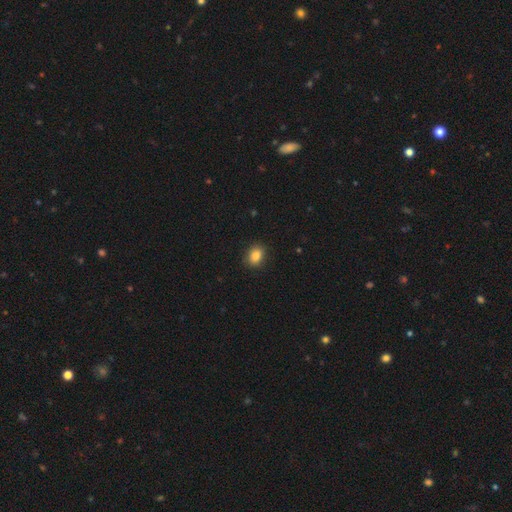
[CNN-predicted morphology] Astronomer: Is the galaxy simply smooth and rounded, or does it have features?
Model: smooth — 86%.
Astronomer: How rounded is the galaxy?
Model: in between — 59% (runner-up: round, 40%).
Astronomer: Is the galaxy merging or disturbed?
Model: none — 88%.